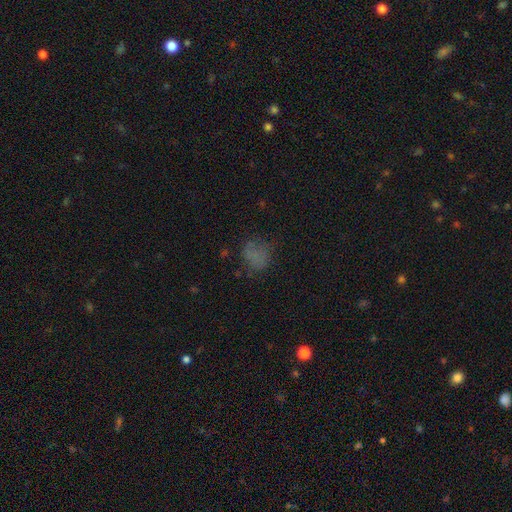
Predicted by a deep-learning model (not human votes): Morphology: type=smooth (63%); roundness=round (57%); merging=none (58%).